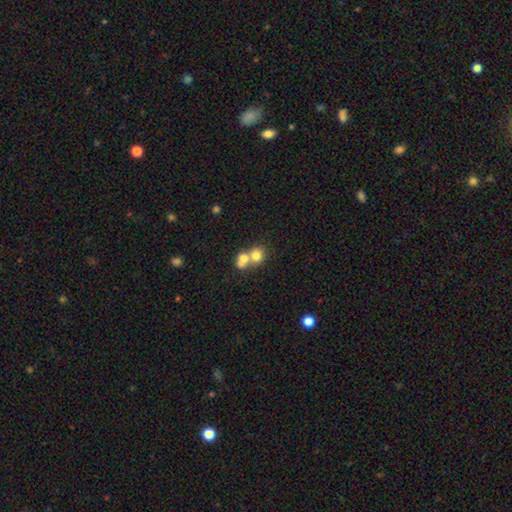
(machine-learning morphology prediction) type=smooth (73%); roundness=round (74%); merging=merger (66%).